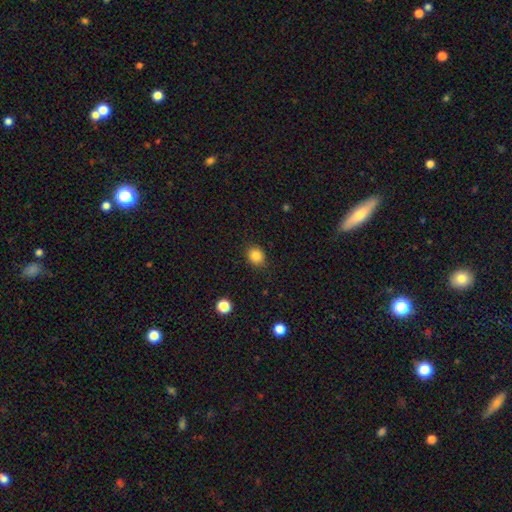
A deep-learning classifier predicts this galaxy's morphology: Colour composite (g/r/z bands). It shows a smooth galaxy with no disk features (85%) that is round (66%). Merging: none (87%).